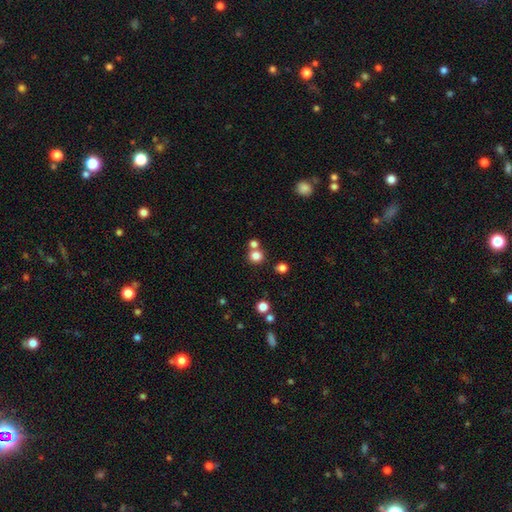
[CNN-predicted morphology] Smooth or featured? Predicted: smooth (p=0.80). How rounded? Predicted: round (p=0.85). Merging? Predicted: none (p=0.64).